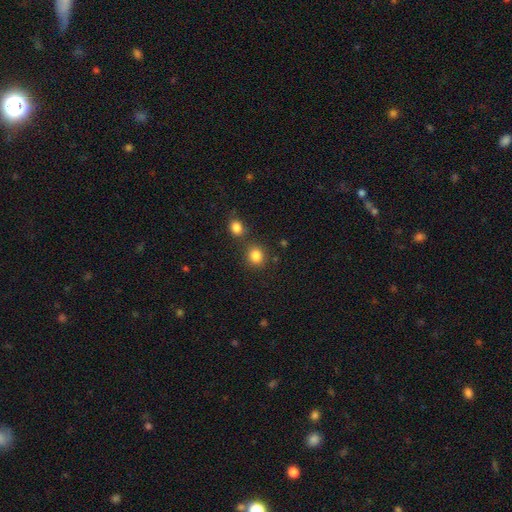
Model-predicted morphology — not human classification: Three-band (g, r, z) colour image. It shows a smooth galaxy with no disk features (83%) that is round (81%). Merging: none (76%).